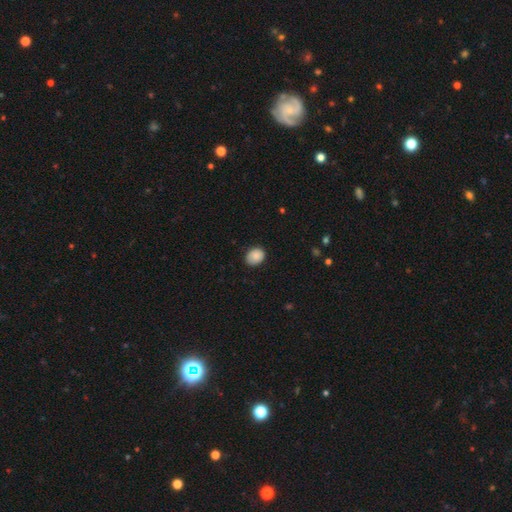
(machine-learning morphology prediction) Overall: smooth (87%). How rounded: round (50%; in between 49%). Merging: none (84%).